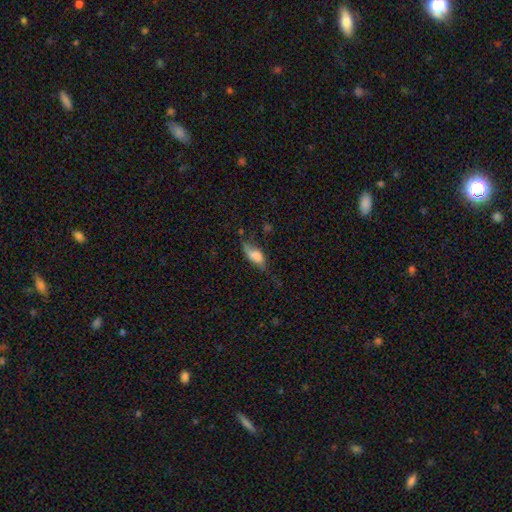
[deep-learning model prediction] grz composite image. It shows a smooth galaxy with no disk features (64%) that is in between round and cigar-shaped (80%). Merging: none (38%).